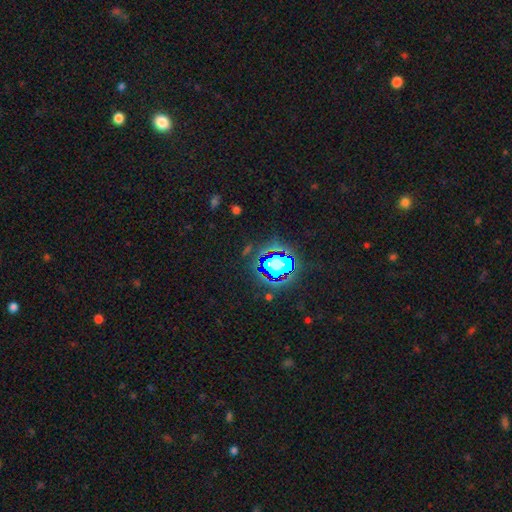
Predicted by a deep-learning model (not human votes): smooth_or_featured: star or artifact (p=0.81) [alt: smooth p=0.12]